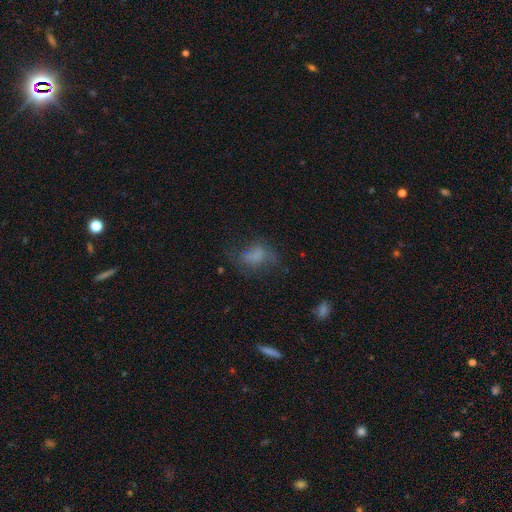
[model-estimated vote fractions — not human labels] Smooth or featured: smooth — 62% (featured or disk — 23%)
How rounded: in between — 78% (round — 19%)
Merging: none — 45% (major disturbance — 26%)